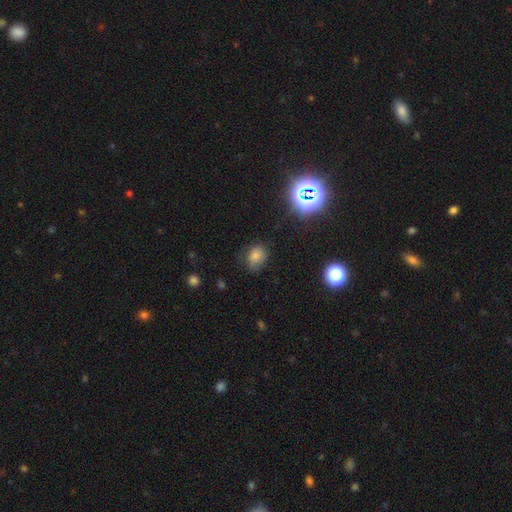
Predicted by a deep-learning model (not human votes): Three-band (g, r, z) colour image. It shows a smooth galaxy with no disk features (73%) that is in between round and cigar-shaped (51%). Merging: none (66%).